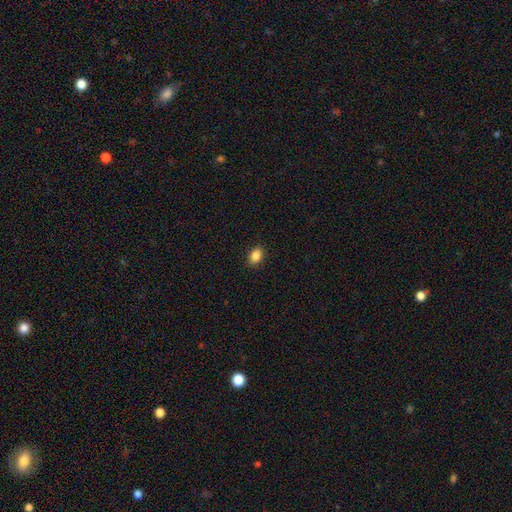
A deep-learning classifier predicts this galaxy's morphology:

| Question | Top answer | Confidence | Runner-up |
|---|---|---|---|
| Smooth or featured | smooth | 87% | star or artifact (9%) |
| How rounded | in between | 76% | round (22%) |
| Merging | none | 90% | minor disturbance (7%) |